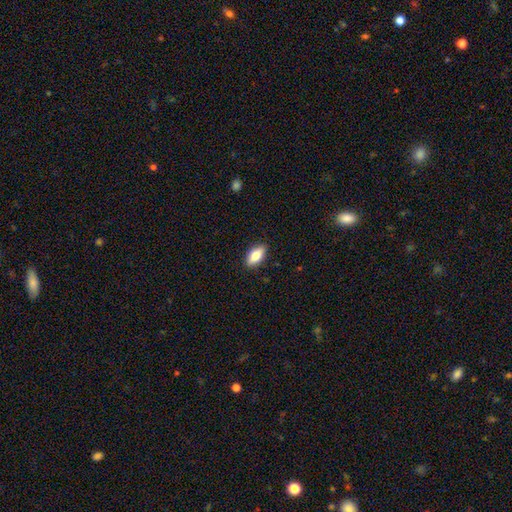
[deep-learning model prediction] Smooth or featured? smooth (79%)
How rounded? in between (88%)
Merging? none (88%)